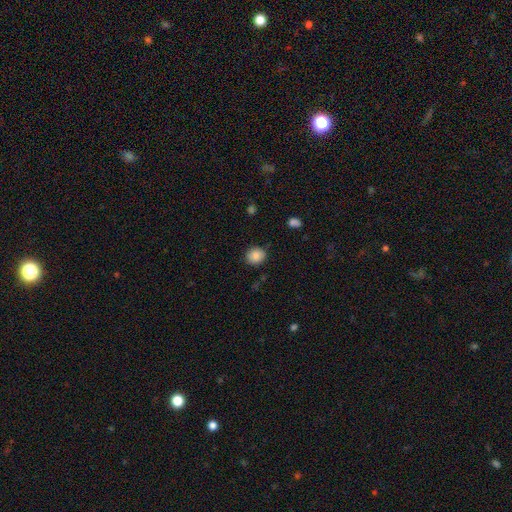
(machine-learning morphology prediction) Q: Smooth or featured?
A: smooth (86%); runner-up: star or artifact (9%)
Q: How rounded?
A: round (81%); runner-up: in between (19%)
Q: Merging?
A: none (86%); runner-up: minor disturbance (10%)